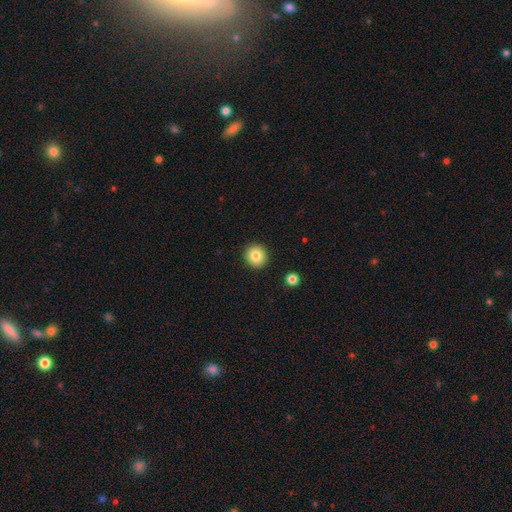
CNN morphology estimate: smooth_or_featured: smooth (p=0.82) [alt: star or artifact p=0.10]
how_rounded: round (p=0.93) [alt: in between p=0.06]
merging: none (p=0.92) [alt: minor disturbance p=0.05]